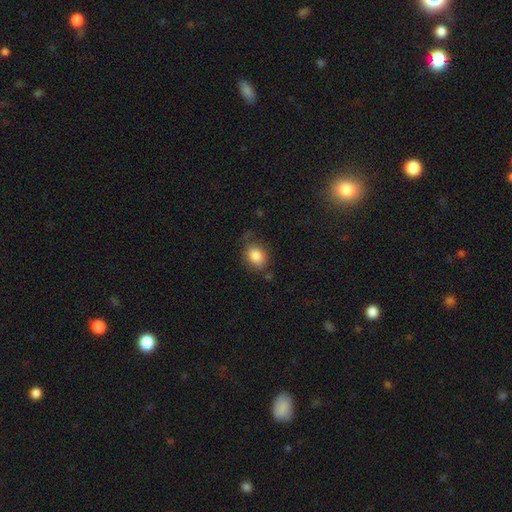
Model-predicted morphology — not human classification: Smooth or featured? Predicted: smooth (p=0.84). How rounded? Predicted: in between (p=0.59). Merging? Predicted: none (p=0.69).